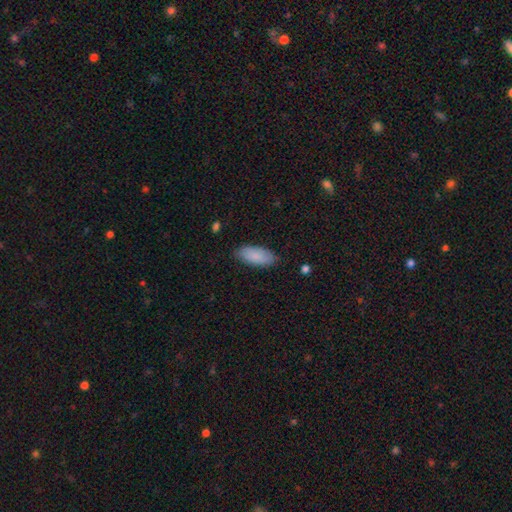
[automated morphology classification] Smooth or featured?
  - smooth: 87% *
  - featured or disk: 7%
  - star or artifact: 6%
How rounded?
  - in between: 86% *
  - cigar-shaped: 12%
  - round: 2%
Merging?
  - none: 84% *
  - minor disturbance: 13%
  - major disturbance: 2%
  - merger: 1%